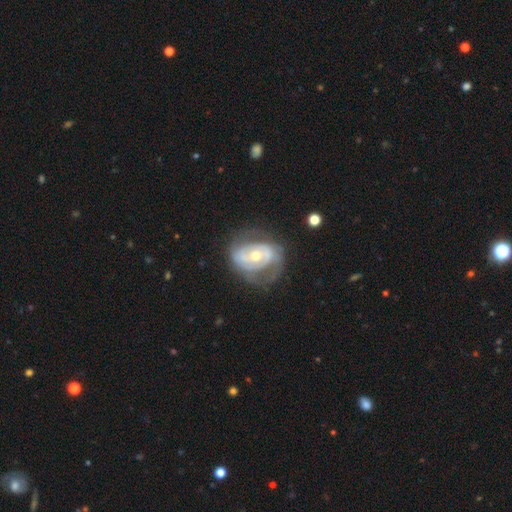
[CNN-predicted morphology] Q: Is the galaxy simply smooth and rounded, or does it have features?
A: featured or disk — 78%.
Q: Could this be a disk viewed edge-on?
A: no — 96%.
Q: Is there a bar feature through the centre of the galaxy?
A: no — 56%.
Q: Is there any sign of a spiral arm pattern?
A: yes — 78%.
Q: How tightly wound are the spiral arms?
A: tight — 49%.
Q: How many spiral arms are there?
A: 2 — 53%.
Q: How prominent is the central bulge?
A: moderate — 62%.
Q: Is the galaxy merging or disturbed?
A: none — 56%.